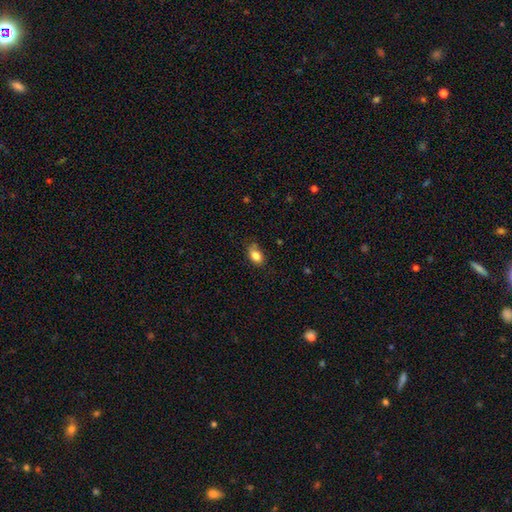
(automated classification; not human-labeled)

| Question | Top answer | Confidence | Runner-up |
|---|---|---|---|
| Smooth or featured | smooth | 84% | star or artifact (9%) |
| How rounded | in between | 83% | round (15%) |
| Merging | none | 68% | minor disturbance (26%) |